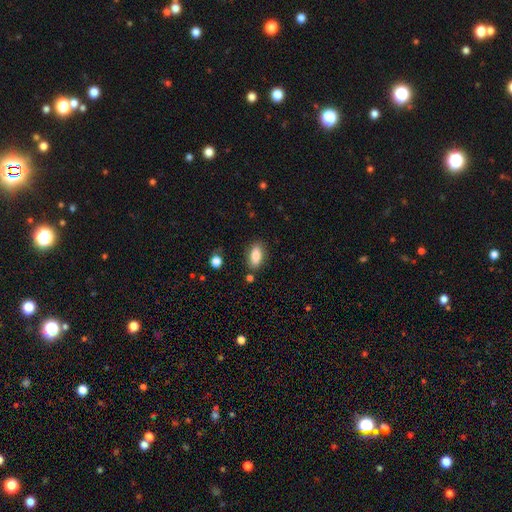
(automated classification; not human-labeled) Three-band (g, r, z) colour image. It shows a smooth galaxy with no disk features (84%) that is in between round and cigar-shaped (87%). Merging: none (82%).